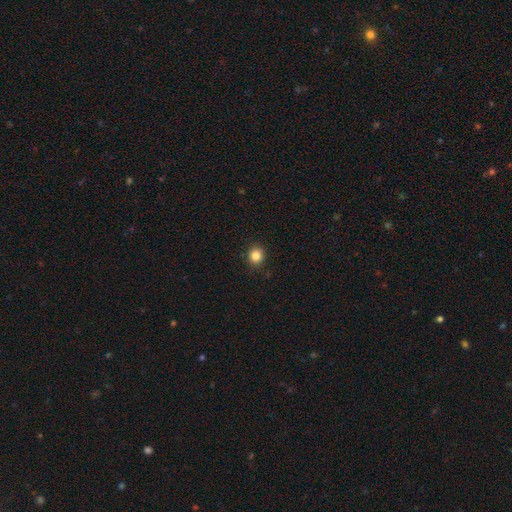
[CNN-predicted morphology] smooth-or-featured: smooth: 84% | star or artifact: 11% | featured or disk: 5%
  how-rounded: round: 86% | in between: 13% | cigar-shaped: 1%
  merging: none: 91% | minor disturbance: 6% | major disturbance: 2% | merger: 1%